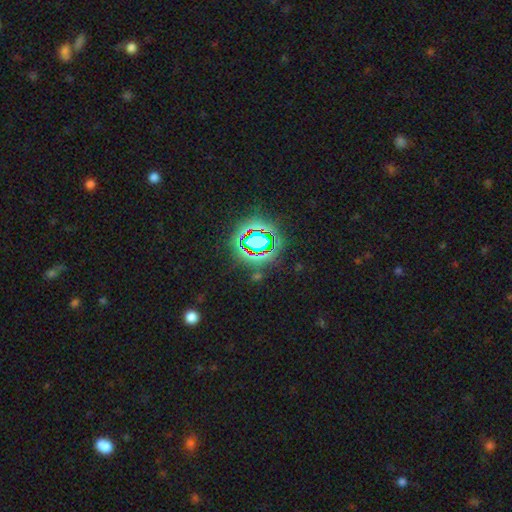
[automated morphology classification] smooth-or-featured: star or artifact: 82% | smooth: 12% | featured or disk: 6%